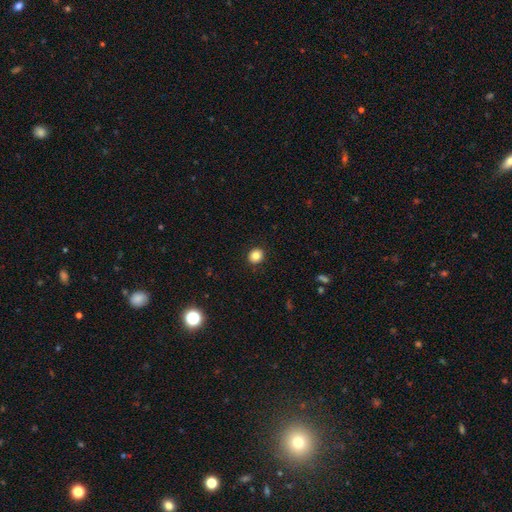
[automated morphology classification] smooth-or-featured: smooth: 84% | star or artifact: 11% | featured or disk: 5%
  how-rounded: round: 83% | in between: 16% | cigar-shaped: 1%
  merging: none: 91% | minor disturbance: 6% | major disturbance: 2% | merger: 1%